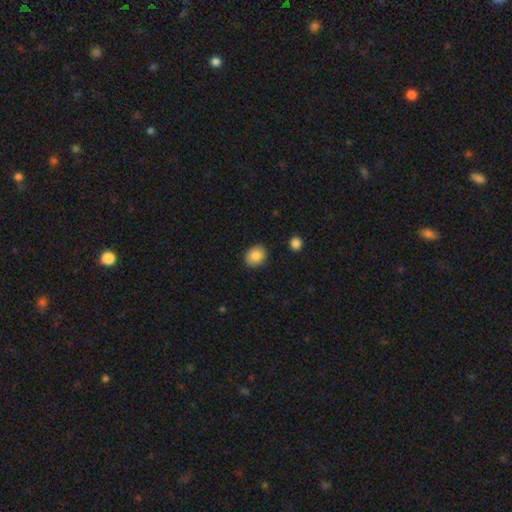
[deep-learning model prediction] Smooth or featured? Predicted: smooth (p=0.86). How rounded? Predicted: round (p=0.57). Merging? Predicted: none (p=0.88).